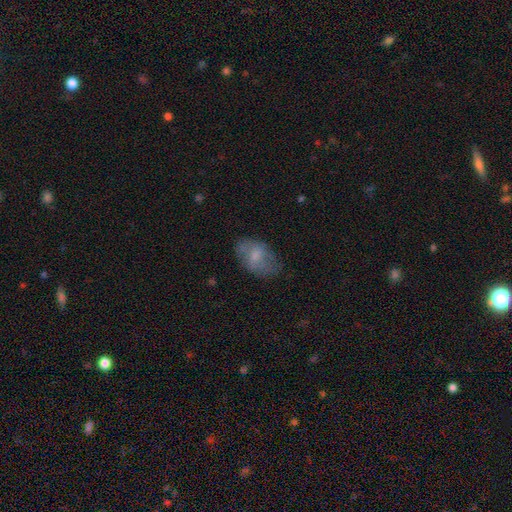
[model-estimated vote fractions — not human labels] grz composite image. It shows a smooth galaxy with no disk features (64%) that is in between round and cigar-shaped (89%). Merging: none (61%).